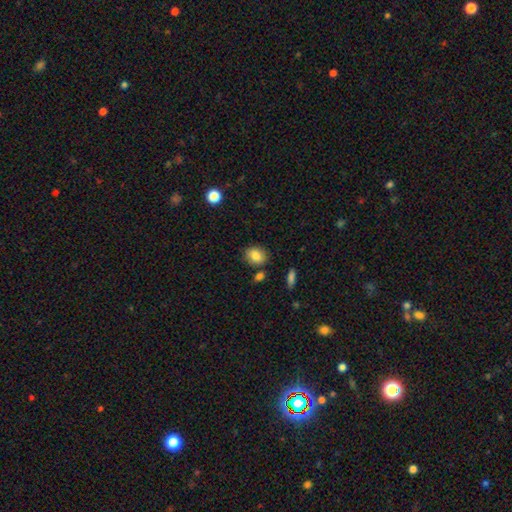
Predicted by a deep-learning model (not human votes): A smooth galaxy with no disk features (84%) that is in between round and cigar-shaped (54%).

Vote fractions:
- Smooth or featured? smooth: 84% / star or artifact: 9% / featured or disk: 8%
- How rounded? in between: 54% / round: 45% / cigar-shaped: 1%
- Merging? none: 82% / minor disturbance: 11% / merger: 5% / major disturbance: 3%